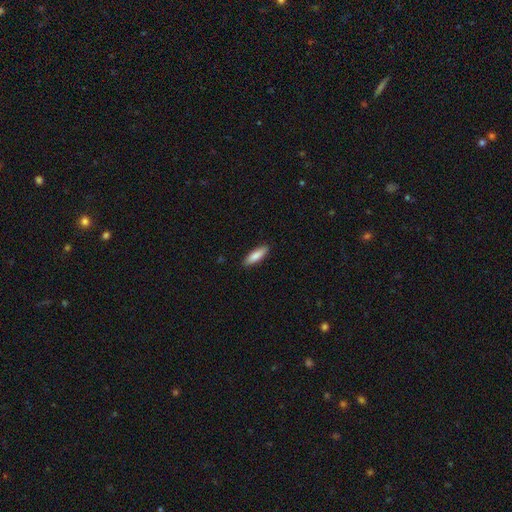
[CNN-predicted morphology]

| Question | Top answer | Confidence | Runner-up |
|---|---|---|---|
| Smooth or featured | smooth | 84% | featured or disk (11%) |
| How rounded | cigar-shaped | 57% | in between (42%) |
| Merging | none | 88% | minor disturbance (9%) |